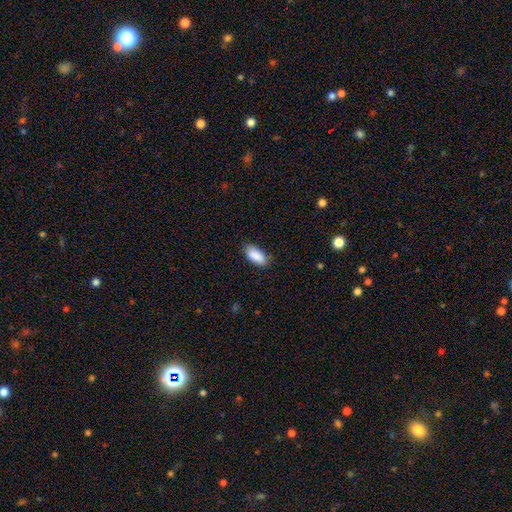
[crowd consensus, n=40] A smooth galaxy with no disk features (90%) that is in between round and cigar-shaped (92%). Merging: none (86%).